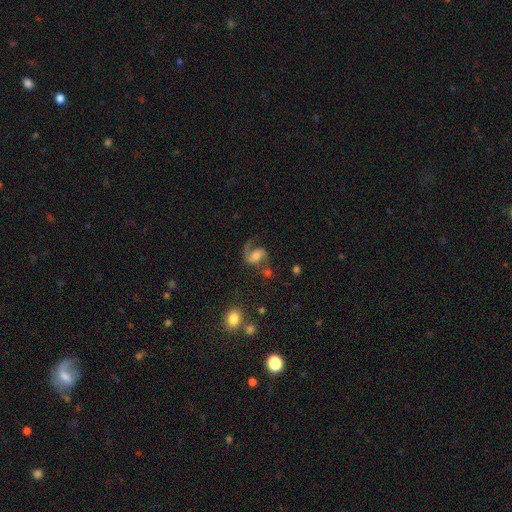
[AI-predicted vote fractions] A featured or disk galaxy (83%) with a weak bar (43%), 2 (82%) medium (50%) spiral arms (96%) and a moderate central bulge (51%).

Vote fractions:
- Smooth or featured? featured or disk: 83% / smooth: 9% / star or artifact: 7%
- Edge-on disk? no: 98% / yes: 2%
- Bar? weak: 43% / no: 36% / strong: 21%
- Spiral arms? yes: 96% / no: 4%
- Spiral winding? medium: 50% / loose: 40% / tight: 10%
- Spiral arm count? 2: 82% / 1: 13% / can't tell: 2% / 3: 1% / 4: 1% / more than 4: 1%
- Bulge size? moderate: 51% / small: 28% / large: 12% / none: 7% / dominant: 2%
- Merging? none: 61% / minor disturbance: 16% / major disturbance: 16% / merger: 7%